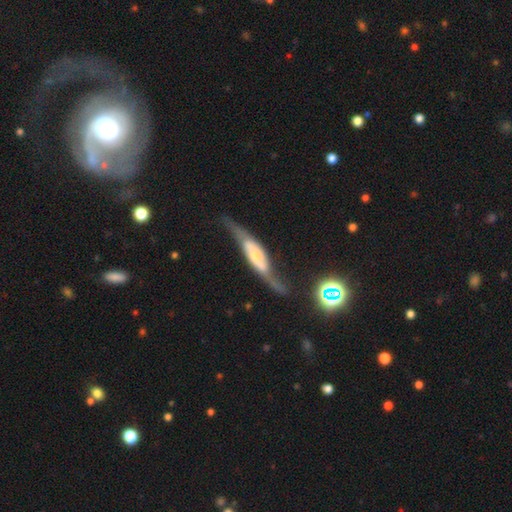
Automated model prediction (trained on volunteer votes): Morphology: type=featured or disk (74%); edge-on=yes (58%); merging=none (55%).